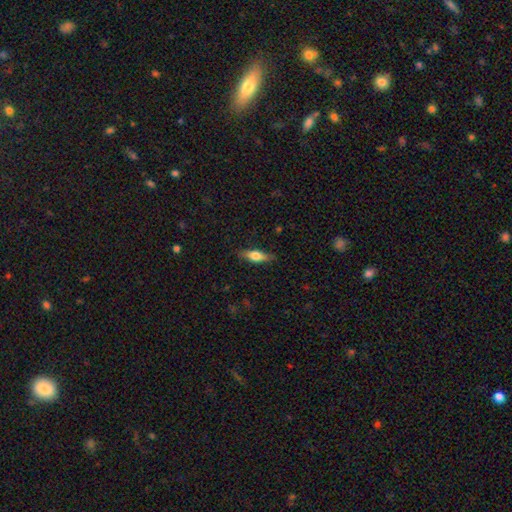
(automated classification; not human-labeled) Smooth or featured?
  - smooth: 60% *
  - featured or disk: 34%
  - star or artifact: 7%
How rounded?
  - in between: 50% *
  - cigar-shaped: 47%
  - round: 3%
Merging?
  - none: 84% *
  - minor disturbance: 12%
  - major disturbance: 3%
  - merger: 1%